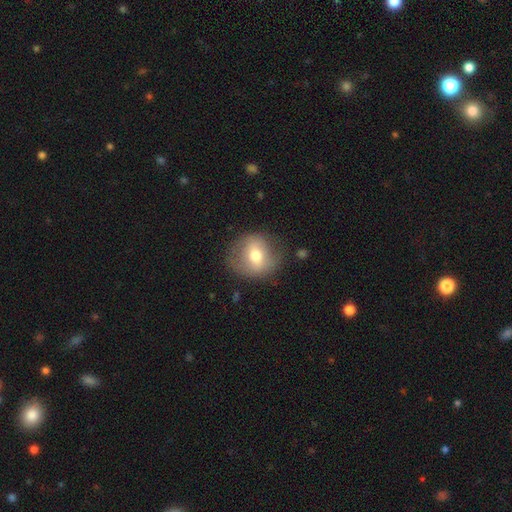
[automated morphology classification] smooth 57%, featured or disk 34%, star or artifact 8%. Down the decision tree: how rounded — round (78%); merging — none (76%).